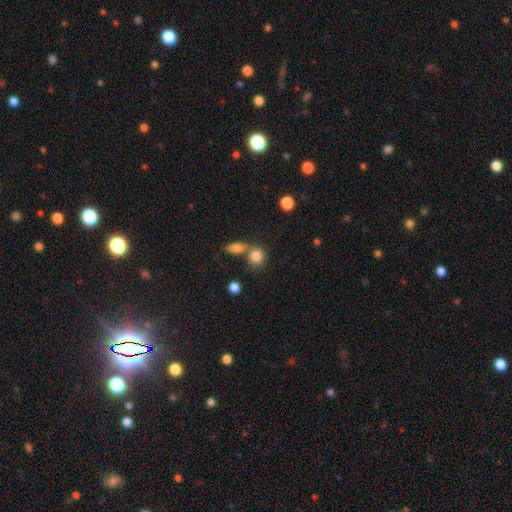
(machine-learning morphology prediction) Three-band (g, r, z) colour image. It shows a smooth galaxy with no disk features (83%) that is round (71%). Merging: none (48%).